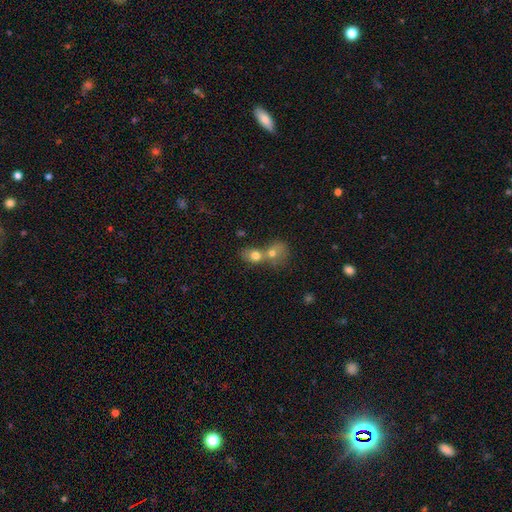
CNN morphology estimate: type=smooth (72%); roundness=round (53%); merging=merger (73%).